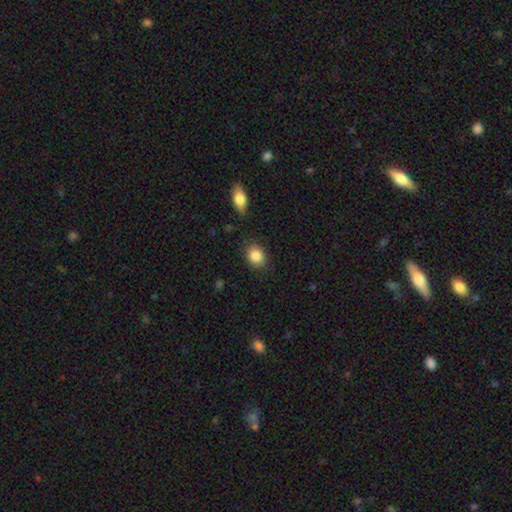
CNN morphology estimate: Smooth or featured? smooth (86%)
How rounded? in between (55%)
Merging? none (84%)